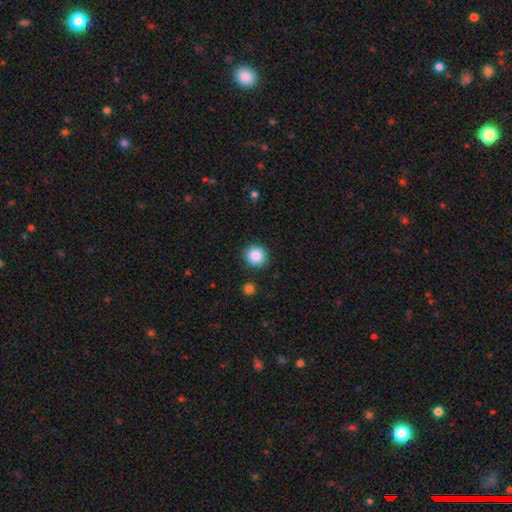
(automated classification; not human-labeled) This appears to be a smooth galaxy with no disk features (87%) that is round (93%). Merging: none (89%).